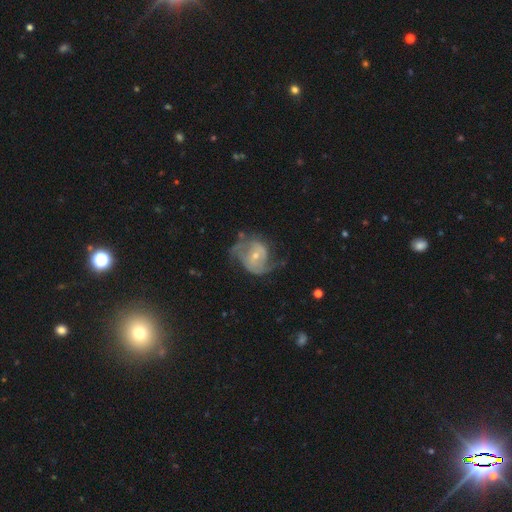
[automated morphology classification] featured or disk 74%, smooth 20%, star or artifact 7%. Down the decision tree: edge-on disk — no (97%); bar — no (57%); spiral arms — yes (82%); spiral arm count — 2 (66%); spiral winding — medium (42%); bulge size — small (59%); merging — none (43%).